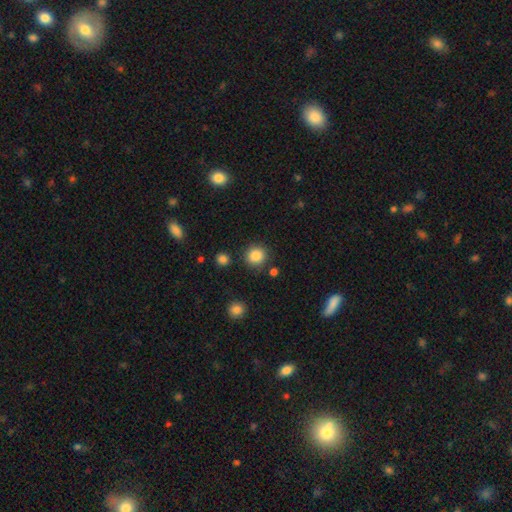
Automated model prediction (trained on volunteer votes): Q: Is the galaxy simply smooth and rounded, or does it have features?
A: smooth — 86%.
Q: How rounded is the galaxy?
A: round — 92%.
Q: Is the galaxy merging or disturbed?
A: none — 85%.